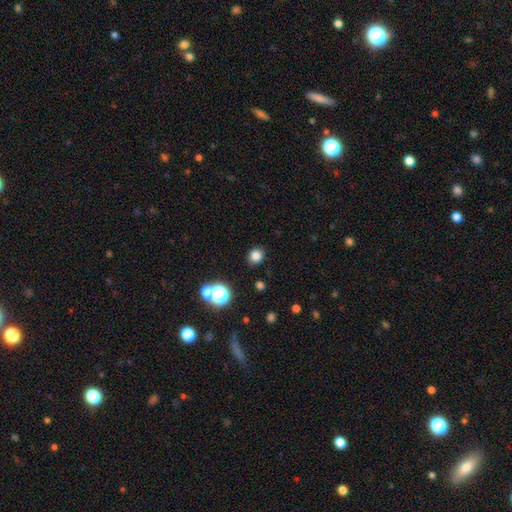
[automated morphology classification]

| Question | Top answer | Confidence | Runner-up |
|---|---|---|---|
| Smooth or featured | smooth | 79% | star or artifact (15%) |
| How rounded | round | 78% | in between (21%) |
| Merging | none | 88% | minor disturbance (8%) |